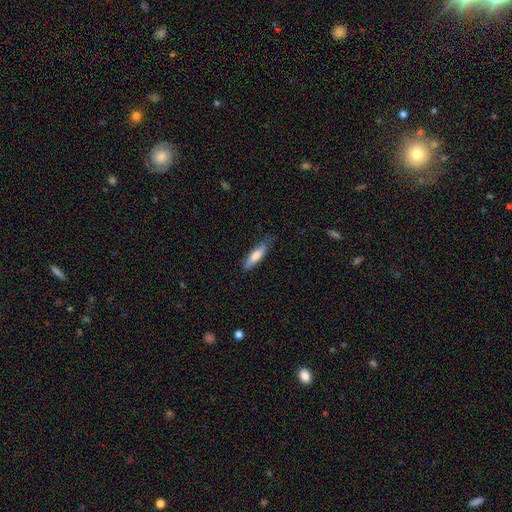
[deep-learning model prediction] Smooth or featured? Predicted: smooth (p=0.73). How rounded? Predicted: cigar-shaped (p=0.65). Merging? Predicted: none (p=0.75).